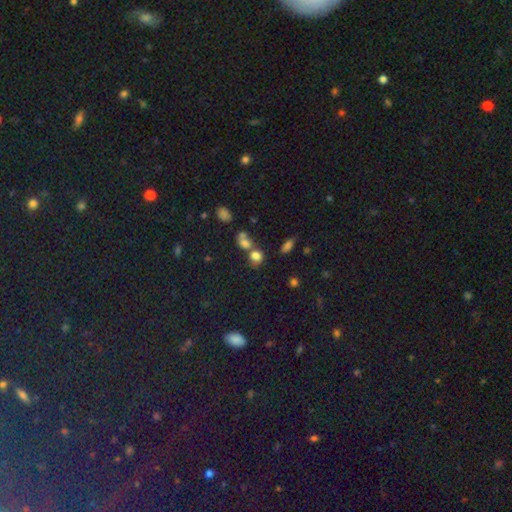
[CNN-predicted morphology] This appears to be a smooth galaxy with no disk features (74%) that is round (64%). Merging: merger (41%).